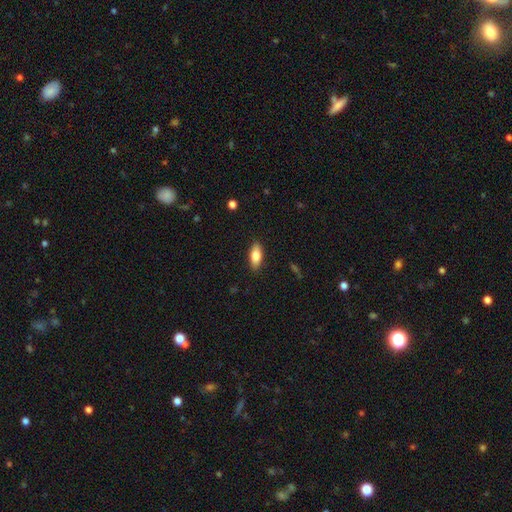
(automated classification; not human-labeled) Morphology: type=smooth (78%); roundness=in between (83%); merging=none (88%).